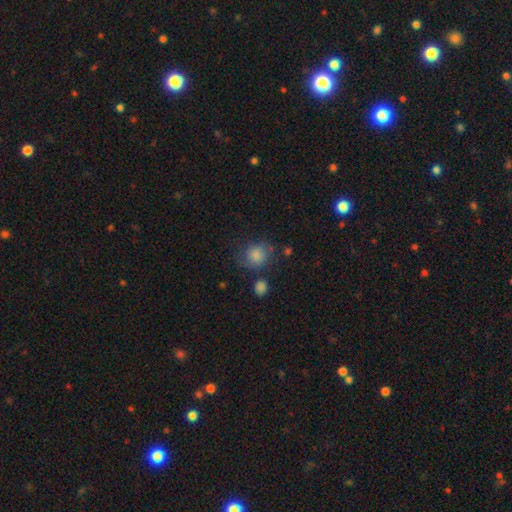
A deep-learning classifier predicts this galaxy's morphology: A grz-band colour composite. It shows a smooth galaxy with no disk features (73%) that is round (75%). Merging: none (62%).